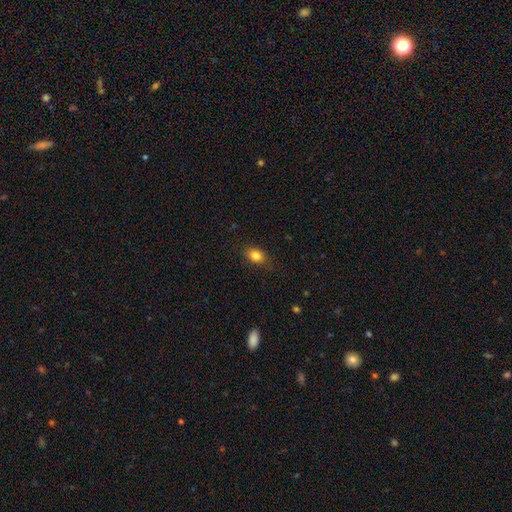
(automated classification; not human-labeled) A smooth galaxy with no disk features (83%) that is in between round and cigar-shaped (73%).

Vote fractions:
- Smooth or featured? smooth: 83% / star or artifact: 10% / featured or disk: 7%
- How rounded? in between: 73% / round: 25% / cigar-shaped: 2%
- Merging? none: 83% / minor disturbance: 13% / major disturbance: 3% / merger: 1%